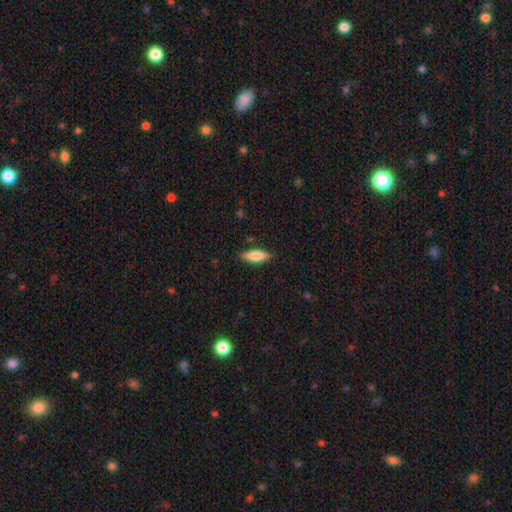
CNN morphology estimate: The model was most divided on "how rounded": in between: 56%, cigar-shaped: 42%, round: 2%. More confident: merging — none (85%); smooth or featured — smooth (75%).